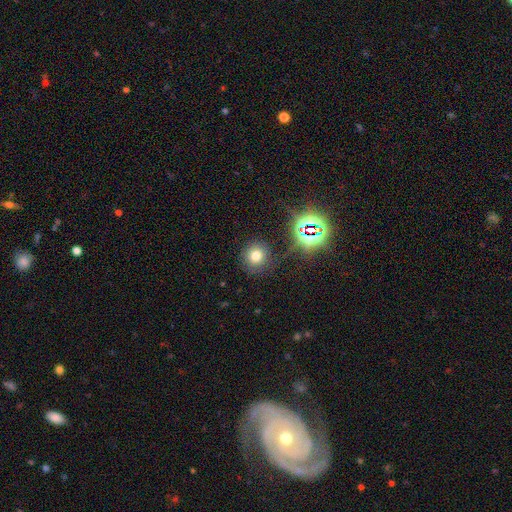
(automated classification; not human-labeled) The model was most divided on "smooth or featured": smooth: 68%, star or artifact: 23%, featured or disk: 9%. More confident: how rounded — round (85%); merging — none (83%).